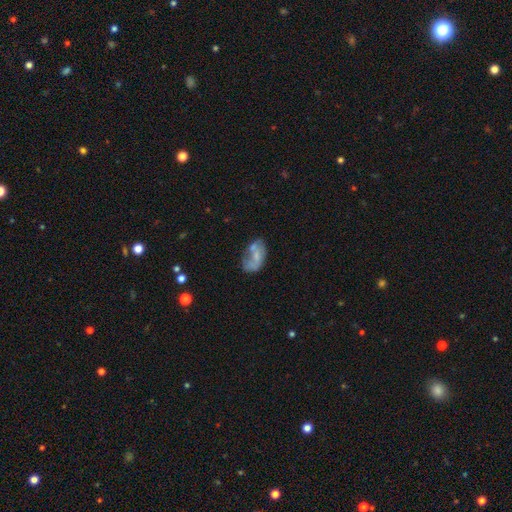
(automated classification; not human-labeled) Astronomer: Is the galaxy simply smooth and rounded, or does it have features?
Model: smooth — 48% (runner-up: featured or disk, 41%).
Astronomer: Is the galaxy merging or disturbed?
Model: none — 31% (runner-up: merger, 24%).